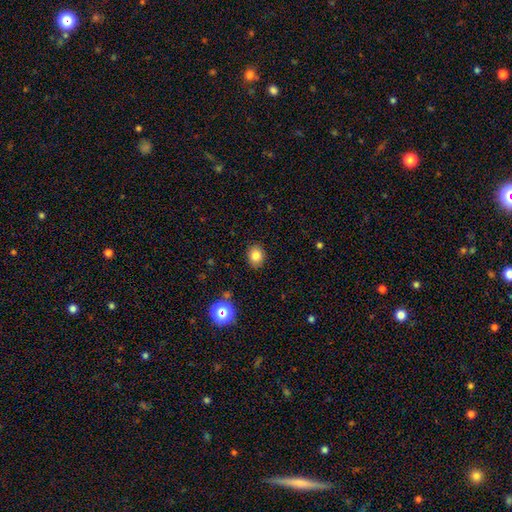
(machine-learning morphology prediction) Smooth or featured? smooth (81%)
How rounded? round (58%)
Merging? none (89%)